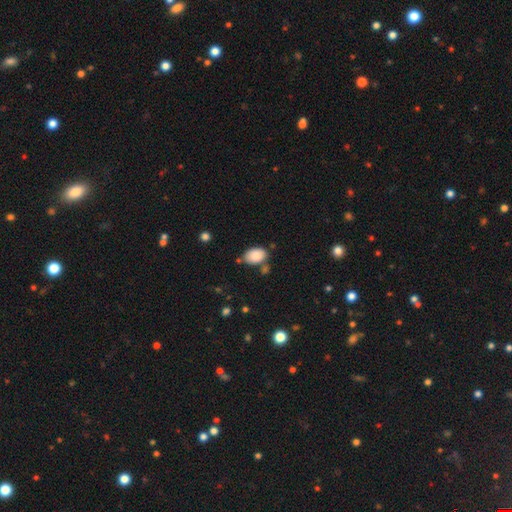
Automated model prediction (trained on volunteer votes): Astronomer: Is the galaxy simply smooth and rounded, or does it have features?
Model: smooth — 83%.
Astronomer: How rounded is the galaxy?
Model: in between — 87%.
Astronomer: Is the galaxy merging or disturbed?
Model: none — 71%.